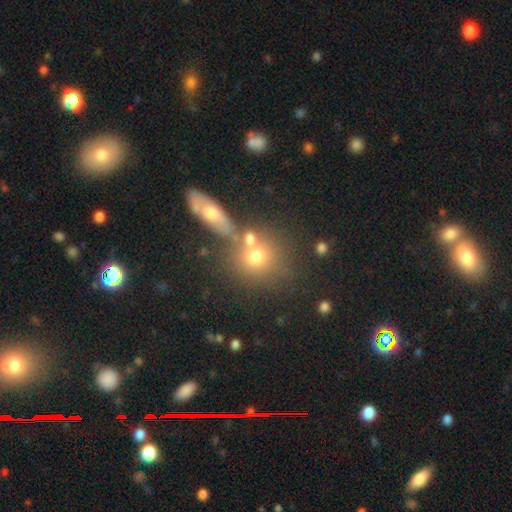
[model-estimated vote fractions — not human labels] Morphology: type=smooth (68%); roundness=round (77%); merging=none (53%).